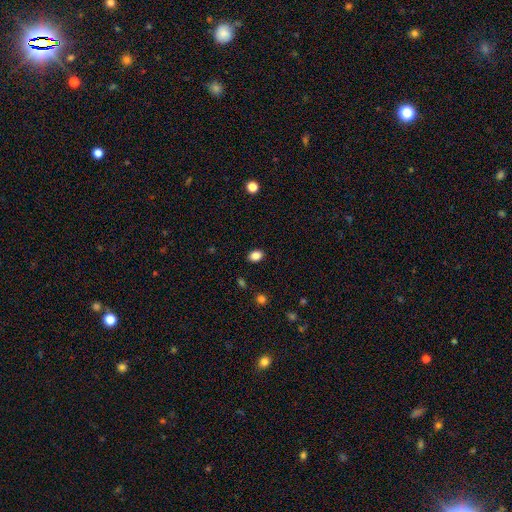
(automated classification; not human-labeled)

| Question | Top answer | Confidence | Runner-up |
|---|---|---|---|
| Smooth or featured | smooth | 86% | star or artifact (10%) |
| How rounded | in between | 71% | round (28%) |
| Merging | none | 88% | minor disturbance (8%) |